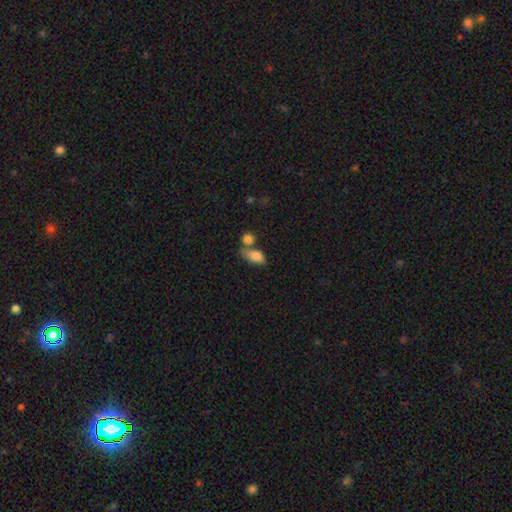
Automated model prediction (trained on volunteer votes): The model was most divided on "merging": none: 38%, merger: 37%, minor disturbance: 17%, major disturbance: 8%. More confident: how rounded — in between (85%); smooth or featured — smooth (81%).